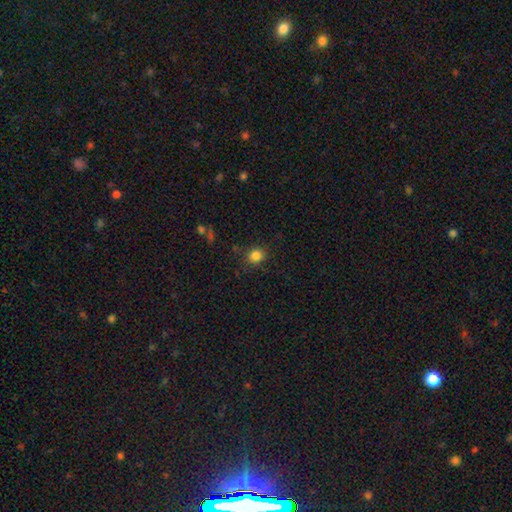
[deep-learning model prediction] A smooth galaxy with no disk features (83%) that is round (79%). Merging: none (82%).